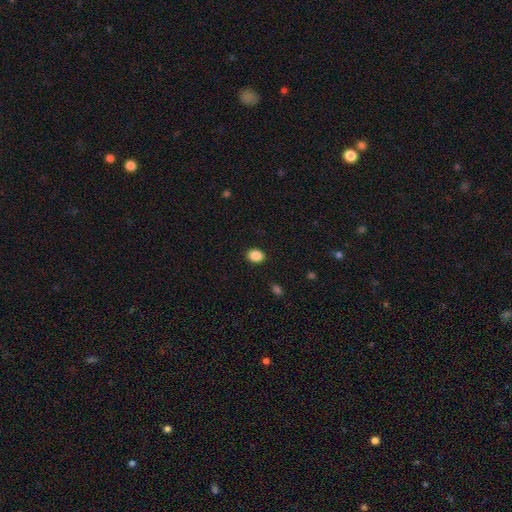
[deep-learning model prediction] Smooth or featured? Predicted: smooth (p=0.88). How rounded? Predicted: in between (p=0.58). Merging? Predicted: none (p=0.90).